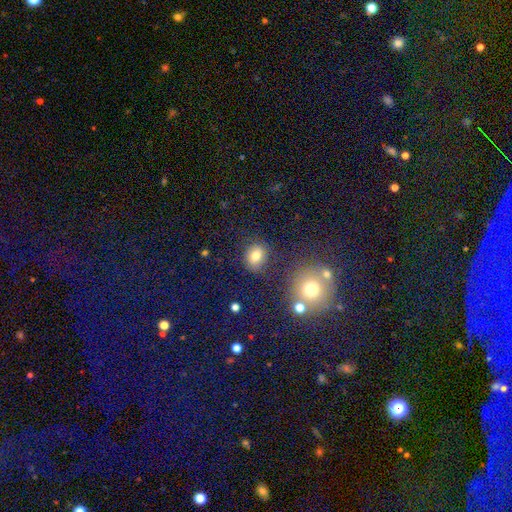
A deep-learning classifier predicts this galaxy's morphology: This appears to be a smooth galaxy with no disk features (77%) that is round (55%). Merging: none (80%).